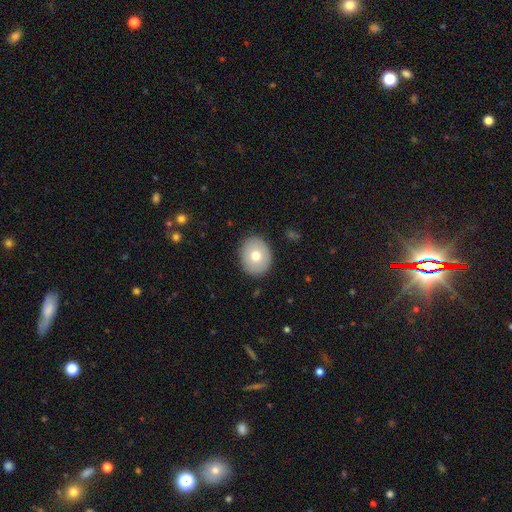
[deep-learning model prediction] A smooth galaxy with no disk features (72%) that is round (61%). Merging: none (89%).